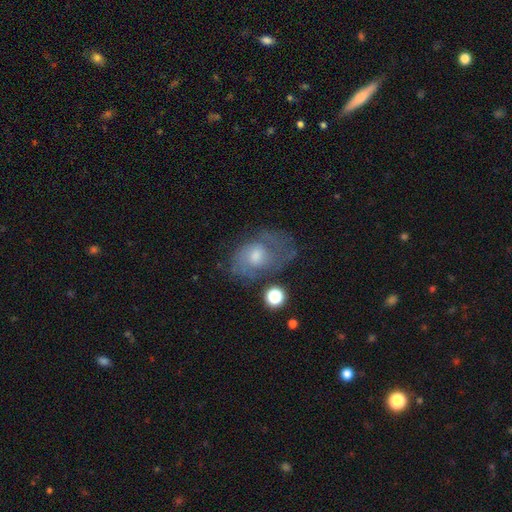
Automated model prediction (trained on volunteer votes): Smooth or featured? featured or disk (59%)
Edge-on disk? no (96%)
Bar? no (70%)
Spiral arms? yes (71%)
Bulge size? moderate (55%)
Merging? none (48%)